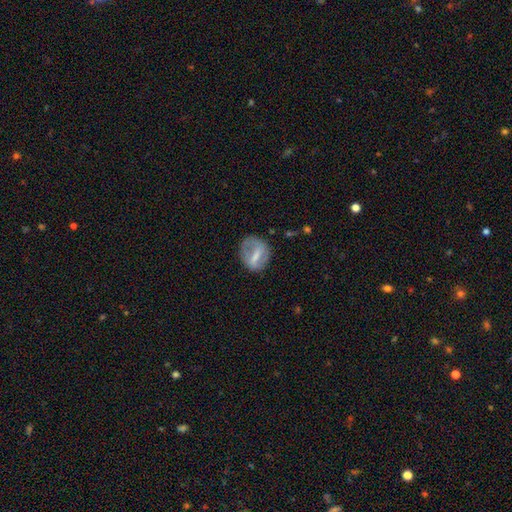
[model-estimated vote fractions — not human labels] smooth-or-featured: featured or disk: 47% | smooth: 45% | star or artifact: 8%
  merging: none: 64% | minor disturbance: 20% | major disturbance: 13% | merger: 2%